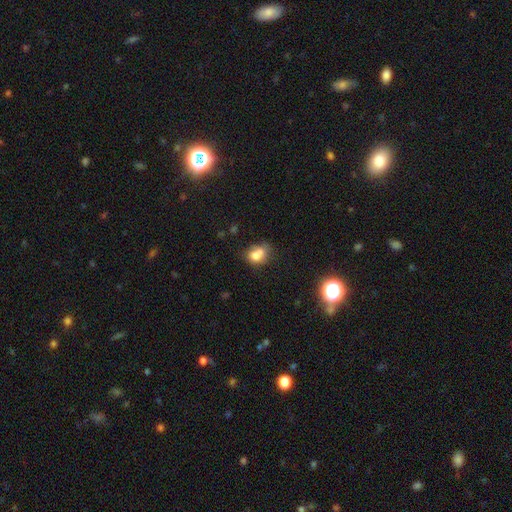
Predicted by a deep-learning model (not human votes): Morphology: type=smooth (71%); roundness=round (51%); merging=merger (37%).